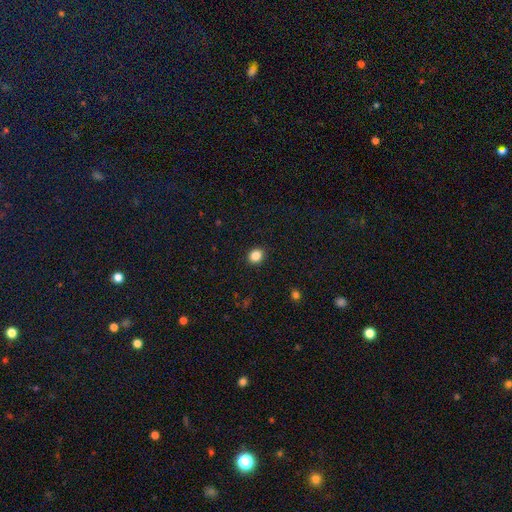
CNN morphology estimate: This appears to be a smooth galaxy with no disk features (86%) that is round (61%). Merging: none (91%).